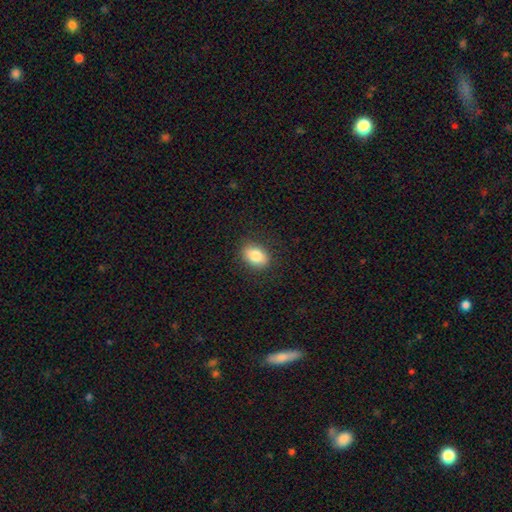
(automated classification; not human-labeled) This appears to be a smooth galaxy with no disk features (84%) that is in between round and cigar-shaped (77%). Merging: none (86%).